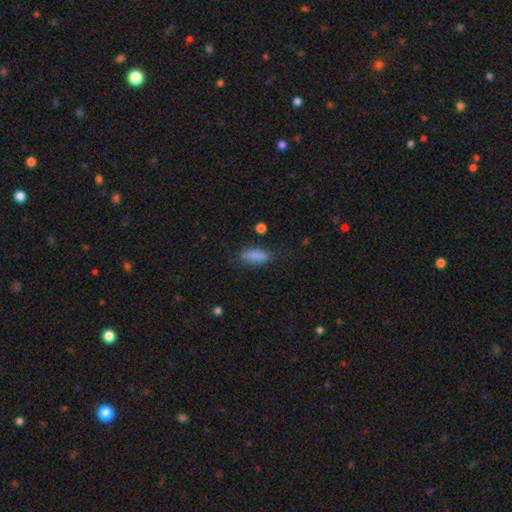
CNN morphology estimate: This is clearly a smooth galaxy (84%). How rounded: likely in between (70%). Merging: likely none (73%).